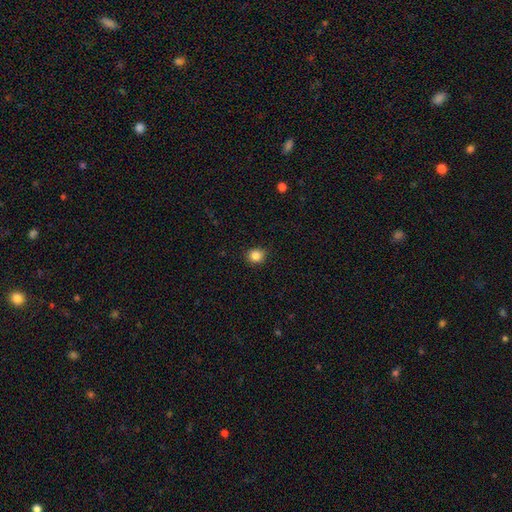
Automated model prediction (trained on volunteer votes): Morphology: type=smooth (85%); roundness=round (78%); merging=none (90%).